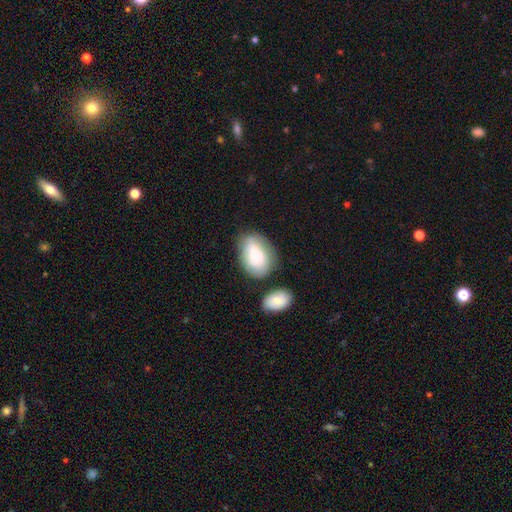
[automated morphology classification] smooth_or_featured: smooth (p=0.78) [alt: featured or disk p=0.15]
how_rounded: in between (p=0.83) [alt: round p=0.15]
merging: none (p=0.64) [alt: minor disturbance p=0.20]